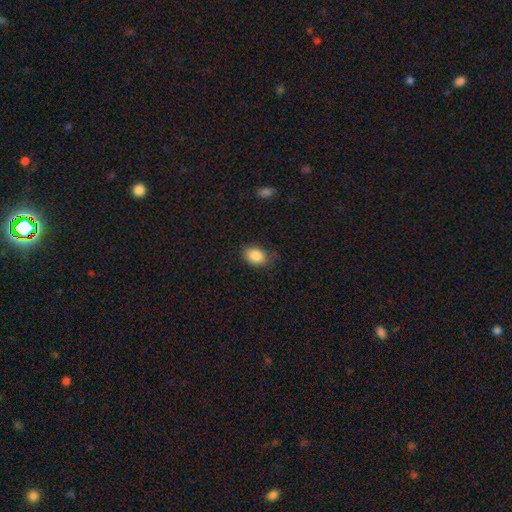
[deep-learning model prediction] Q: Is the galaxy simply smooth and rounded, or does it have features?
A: smooth — 87%.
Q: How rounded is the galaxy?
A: in between — 79%.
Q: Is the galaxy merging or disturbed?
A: none — 77%.